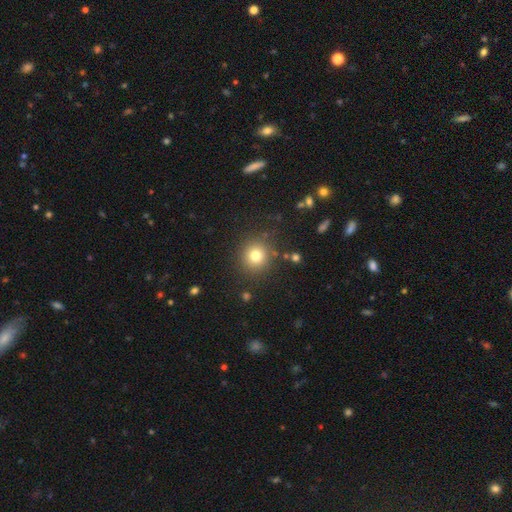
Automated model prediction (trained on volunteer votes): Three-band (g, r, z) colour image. It shows a smooth galaxy with no disk features (78%) that is round (91%). Merging: none (87%).